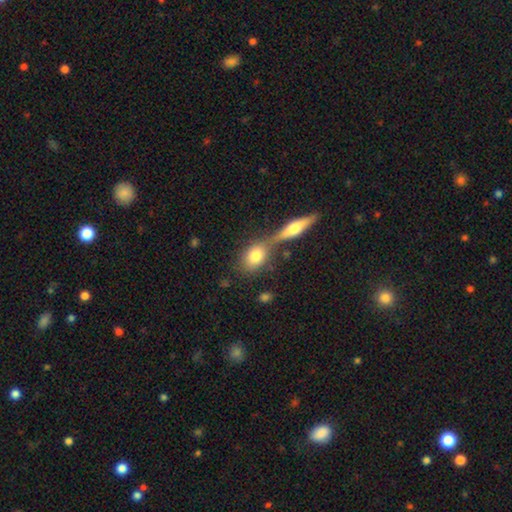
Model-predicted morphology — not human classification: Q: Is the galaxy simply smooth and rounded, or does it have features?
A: smooth — 76%.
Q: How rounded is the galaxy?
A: in between — 65%.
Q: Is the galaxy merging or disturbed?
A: none — 51%.